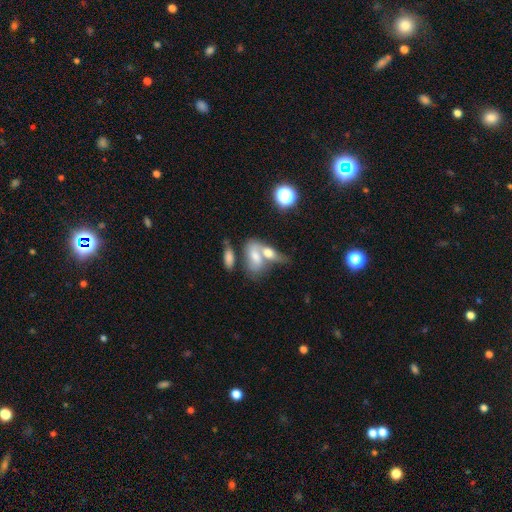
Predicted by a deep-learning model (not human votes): Morphology: type=smooth (55%); roundness=in between (76%); merging=merger (57%).